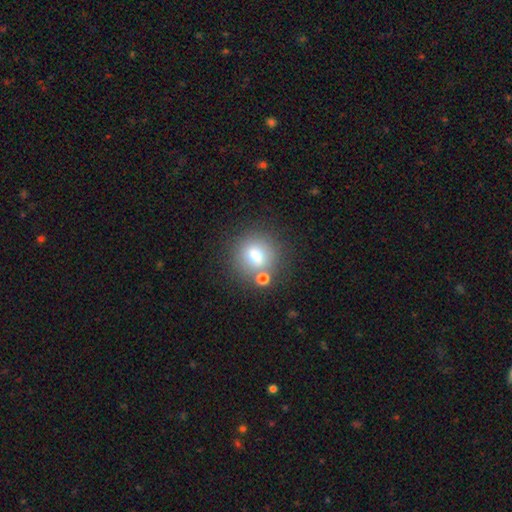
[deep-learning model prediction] Smooth or featured? smooth (72%)
How rounded? round (78%)
Merging? none (68%)